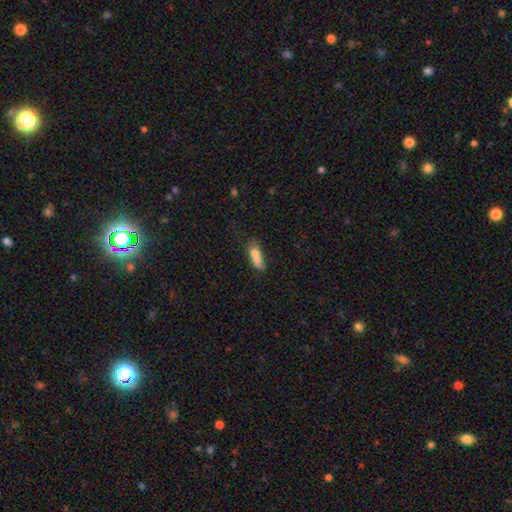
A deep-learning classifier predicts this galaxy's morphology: smooth_or_featured: smooth (p=0.70) [alt: featured or disk p=0.20]
how_rounded: in between (p=0.67) [alt: cigar-shaped p=0.25]
merging: merger (p=0.47) [alt: none p=0.28]